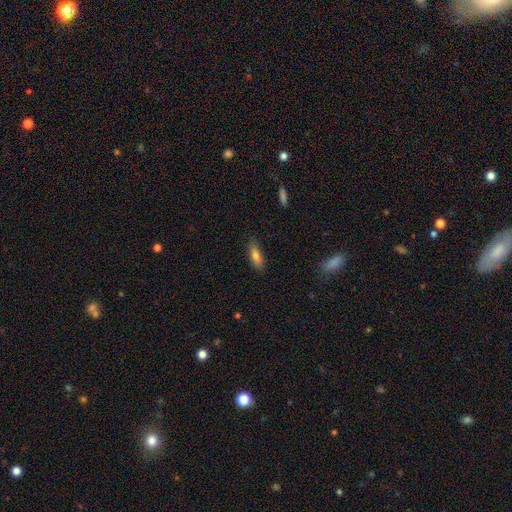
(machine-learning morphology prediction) type=smooth (78%); roundness=in between (57%); merging=none (78%).